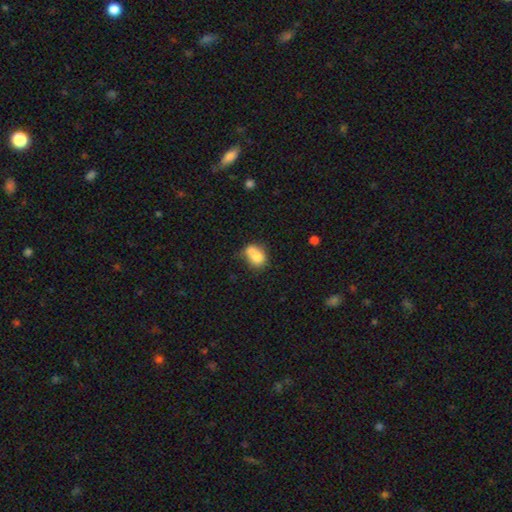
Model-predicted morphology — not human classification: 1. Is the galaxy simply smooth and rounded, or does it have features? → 74% smooth, 17% featured or disk, 9% star or artifact.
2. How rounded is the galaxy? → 54% round, 45% in between, 1% cigar-shaped.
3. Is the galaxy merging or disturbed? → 56% merger, 27% none, 12% minor disturbance, 5% major disturbance.